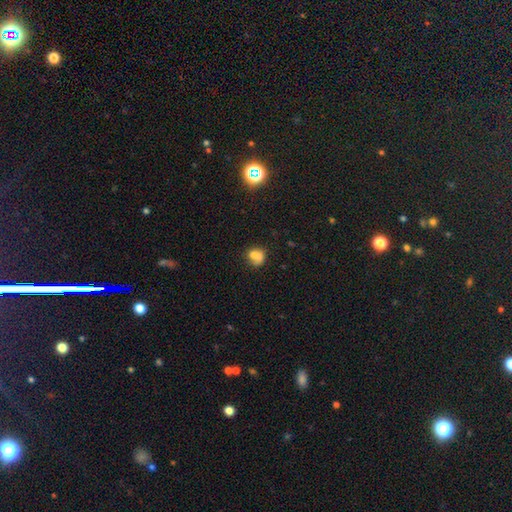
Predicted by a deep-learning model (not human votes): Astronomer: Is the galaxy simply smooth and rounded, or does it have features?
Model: smooth — 69%.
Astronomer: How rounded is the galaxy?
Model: round — 63%.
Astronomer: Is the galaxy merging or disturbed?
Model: merger — 44% (runner-up: none, 33%).